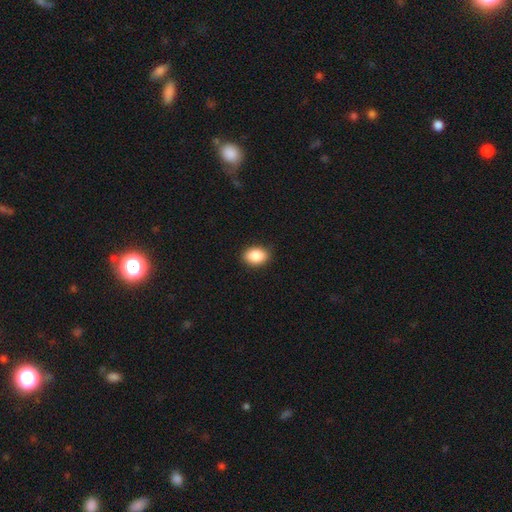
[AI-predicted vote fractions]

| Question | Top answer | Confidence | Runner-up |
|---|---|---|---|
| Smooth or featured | smooth | 88% | star or artifact (8%) |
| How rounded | in between | 80% | round (19%) |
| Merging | none | 88% | minor disturbance (9%) |